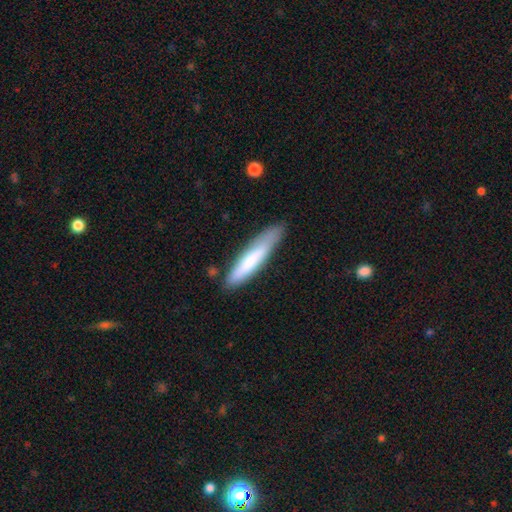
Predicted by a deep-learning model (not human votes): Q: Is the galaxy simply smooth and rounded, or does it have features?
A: smooth — 68%.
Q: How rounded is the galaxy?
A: cigar-shaped — 87%.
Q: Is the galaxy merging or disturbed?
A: none — 77%.